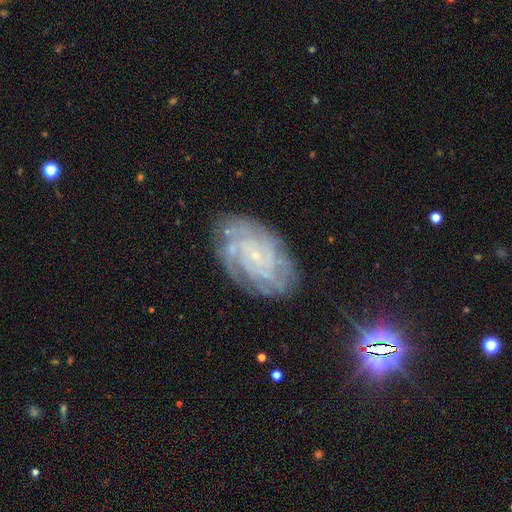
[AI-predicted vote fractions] smooth_or_featured: featured or disk (p=0.82) [alt: smooth p=0.10]
disk_edge_on: no (p=0.96) [alt: yes p=0.04]
bar: no (p=0.72) [alt: weak p=0.23]
has_spiral_arms: yes (p=0.95) [alt: no p=0.05]
spiral_winding: tight (p=0.75) [alt: medium p=0.20]
spiral_arm_count: can't tell (p=0.35) [alt: 4 p=0.20]
bulge_size: small (p=0.85) [alt: moderate p=0.07]
merging: none (p=0.75) [alt: minor disturbance p=0.18]